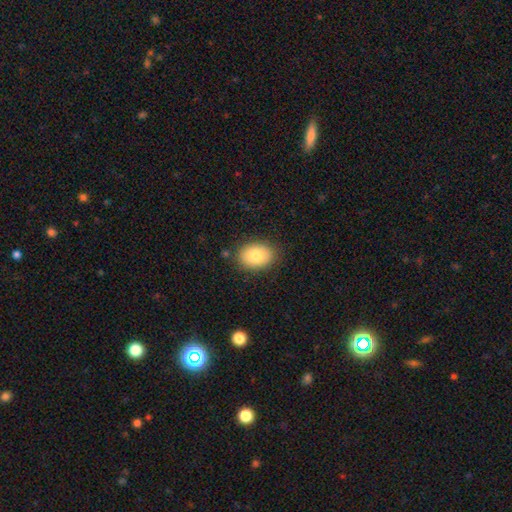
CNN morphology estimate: Smooth or featured?
  - smooth: 81% *
  - featured or disk: 11%
  - star or artifact: 8%
How rounded?
  - in between: 75% *
  - round: 24%
  - cigar-shaped: 1%
Merging?
  - none: 85% *
  - minor disturbance: 11%
  - major disturbance: 3%
  - merger: 1%